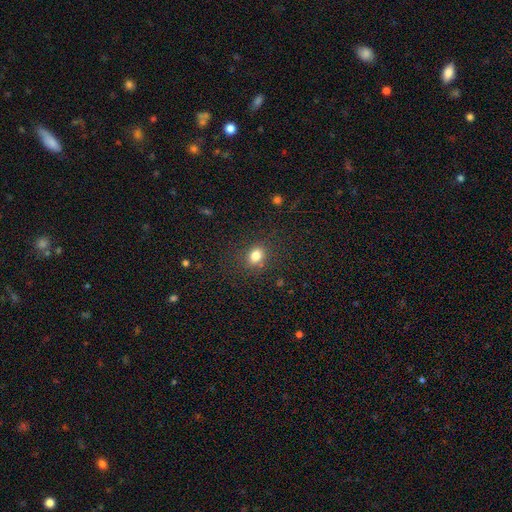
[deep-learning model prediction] A smooth galaxy with no disk features (81%) that is in between round and cigar-shaped (51%).

Vote fractions:
- Smooth or featured? smooth: 81% / star or artifact: 13% / featured or disk: 6%
- How rounded? in between: 51% / round: 48% / cigar-shaped: 1%
- Merging? none: 81% / minor disturbance: 12% / major disturbance: 5% / merger: 2%